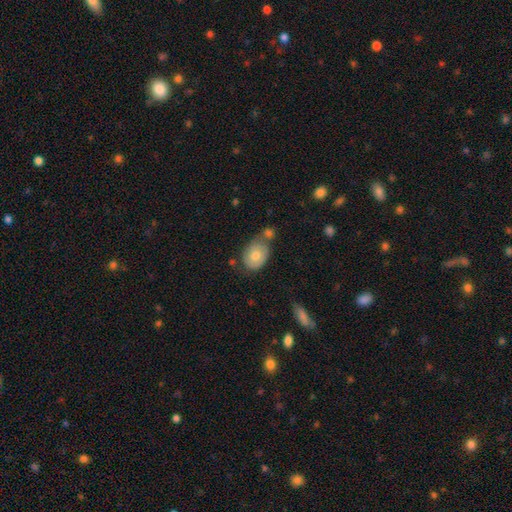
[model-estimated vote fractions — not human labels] smooth-or-featured: smooth: 63% | featured or disk: 29% | star or artifact: 8%
  how-rounded: in between: 58% | round: 41% | cigar-shaped: 1%
  merging: none: 50% | merger: 22% | minor disturbance: 21% | major disturbance: 7%